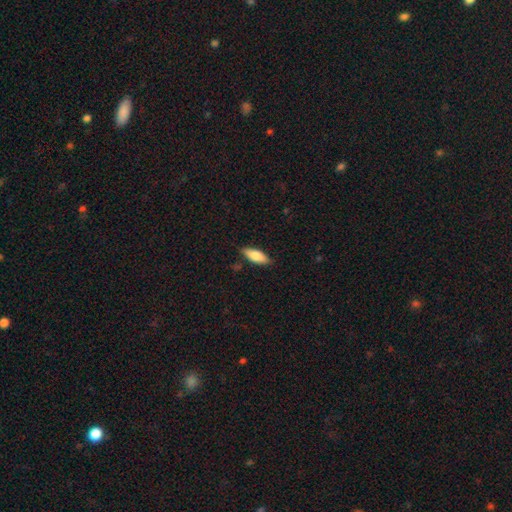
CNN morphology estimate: A smooth galaxy with no disk features (78%) that is in between round and cigar-shaped (71%).

Vote fractions:
- Smooth or featured? smooth: 78% / featured or disk: 16% / star or artifact: 6%
- How rounded? in between: 71% / cigar-shaped: 26% / round: 2%
- Merging? none: 83% / minor disturbance: 13% / major disturbance: 2% / merger: 2%